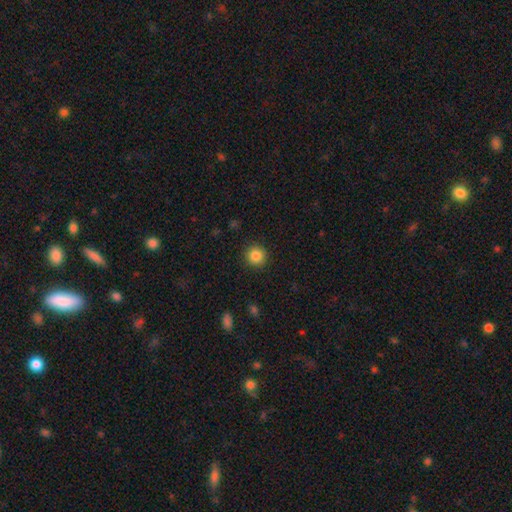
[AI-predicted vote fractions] Morphology: type=smooth (85%); roundness=round (94%); merging=none (91%).